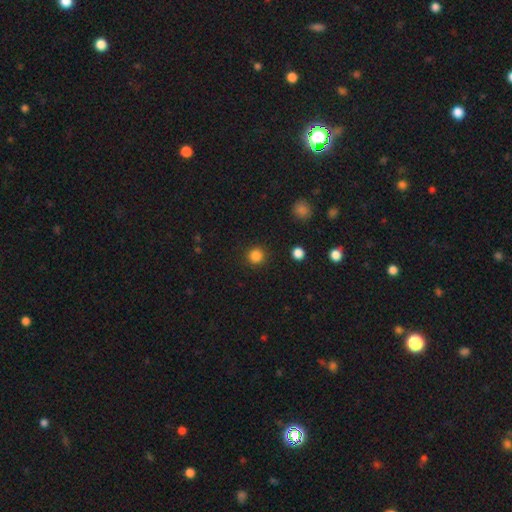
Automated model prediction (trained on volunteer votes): smooth 84%, star or artifact 12%, featured or disk 3%. Down the decision tree: how rounded — round (94%); merging — none (91%).